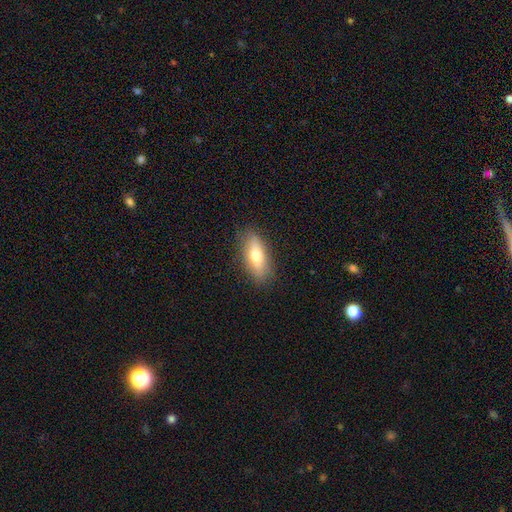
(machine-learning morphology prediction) This appears to be a smooth galaxy with no disk features (66%) that is in between round and cigar-shaped (72%). Merging: none (85%).